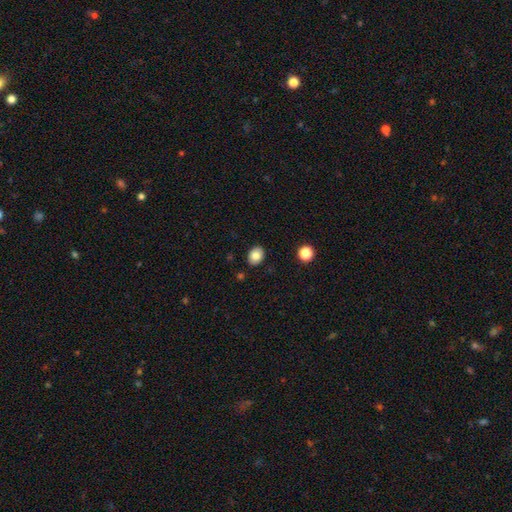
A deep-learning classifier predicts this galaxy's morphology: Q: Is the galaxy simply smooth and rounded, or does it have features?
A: smooth — 83%.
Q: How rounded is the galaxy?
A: in between — 58%.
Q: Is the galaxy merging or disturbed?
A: none — 89%.